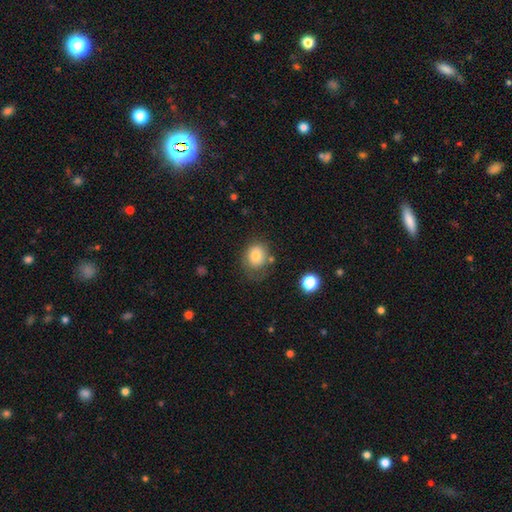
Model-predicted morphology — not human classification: This appears to be a smooth galaxy with no disk features (78%) that is round (65%). Merging: none (60%).